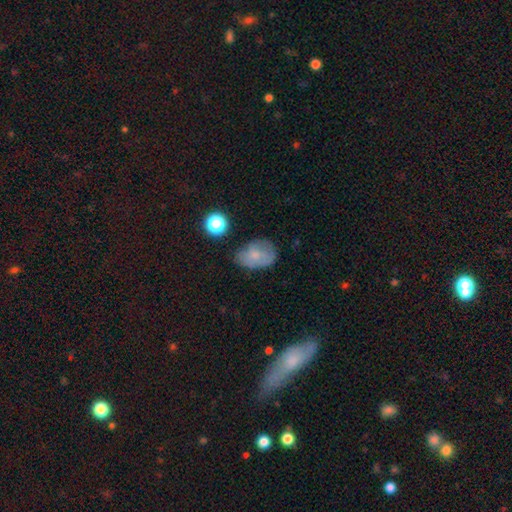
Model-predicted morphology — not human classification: This appears to be a smooth galaxy with no disk features (68%) that is in between round and cigar-shaped (77%). Merging: none (54%).